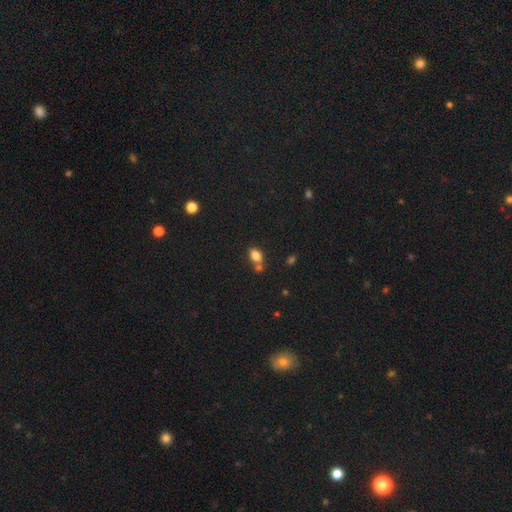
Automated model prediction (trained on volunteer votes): smooth 80%, star or artifact 11%, featured or disk 8%. Down the decision tree: how rounded — in between (79%); merging — none (47%).